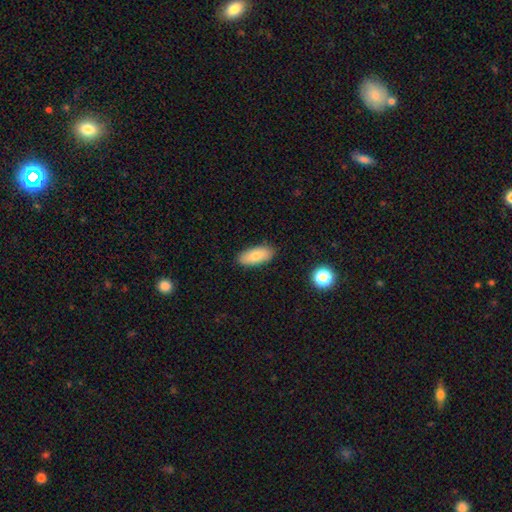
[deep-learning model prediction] A smooth galaxy with no disk features (82%) that is in between round and cigar-shaped (84%).

Vote fractions:
- Smooth or featured? smooth: 82% / featured or disk: 11% / star or artifact: 7%
- How rounded? in between: 84% / cigar-shaped: 14% / round: 2%
- Merging? none: 87% / minor disturbance: 10% / major disturbance: 2% / merger: 1%